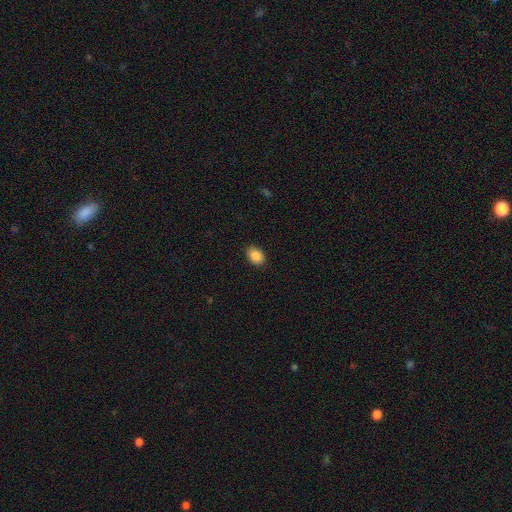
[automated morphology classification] This appears to be a smooth galaxy with no disk features (89%) that is in between round and cigar-shaped (75%). Merging: none (88%).